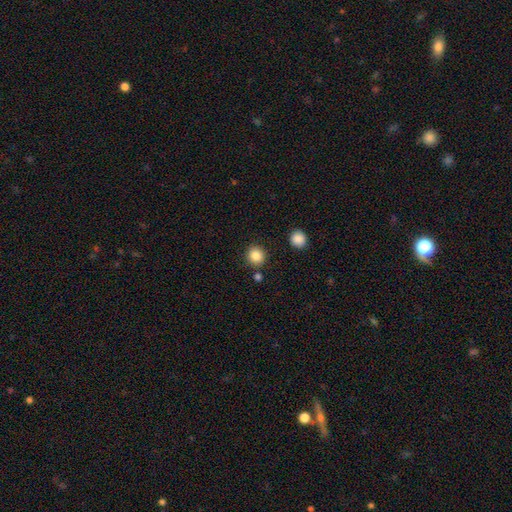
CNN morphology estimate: Smooth or featured: smooth — 86% (star or artifact — 10%)
How rounded: round — 90% (in between — 9%)
Merging: none — 87% (minor disturbance — 7%)